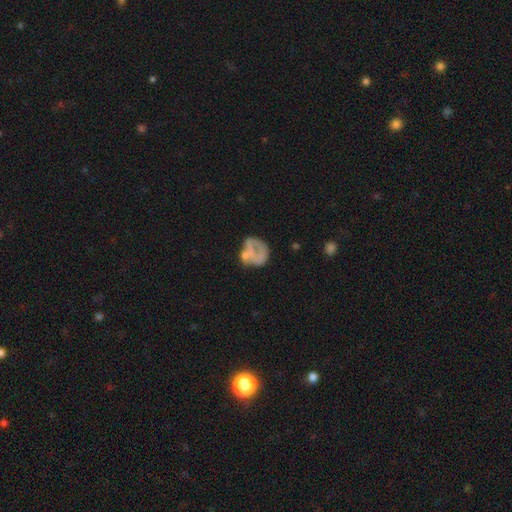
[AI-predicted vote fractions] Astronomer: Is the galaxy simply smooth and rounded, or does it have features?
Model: featured or disk — 45% (runner-up: smooth, 42%).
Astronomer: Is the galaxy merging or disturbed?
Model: none — 42% (runner-up: major disturbance, 23%).